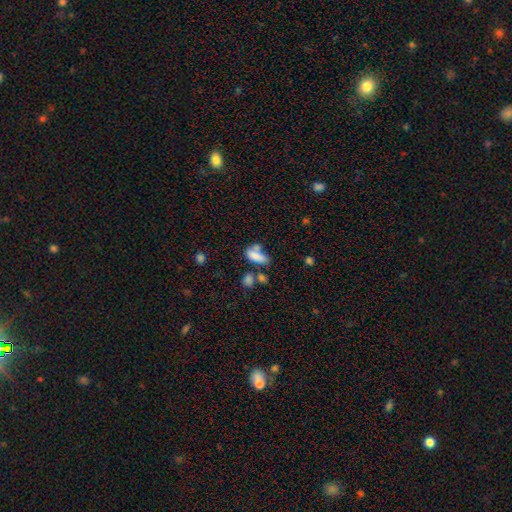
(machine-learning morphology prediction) Q: Smooth or featured?
A: smooth (75%); runner-up: featured or disk (14%)
Q: How rounded?
A: in between (80%); runner-up: cigar-shaped (15%)
Q: Merging?
A: merger (37%); runner-up: none (30%)